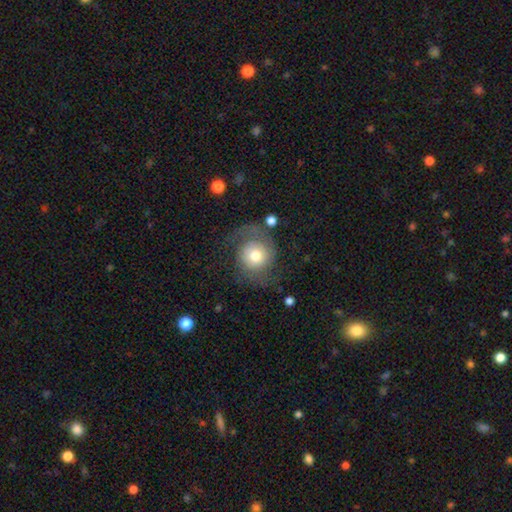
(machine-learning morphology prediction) A featured or disk galaxy (50%). Merging: none (56%).